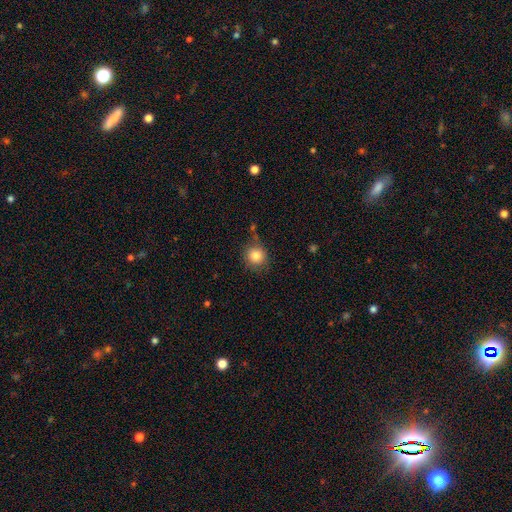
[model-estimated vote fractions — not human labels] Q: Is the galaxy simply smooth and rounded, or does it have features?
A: smooth — 82%.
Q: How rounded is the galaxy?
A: round — 91%.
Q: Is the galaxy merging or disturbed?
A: none — 76%.